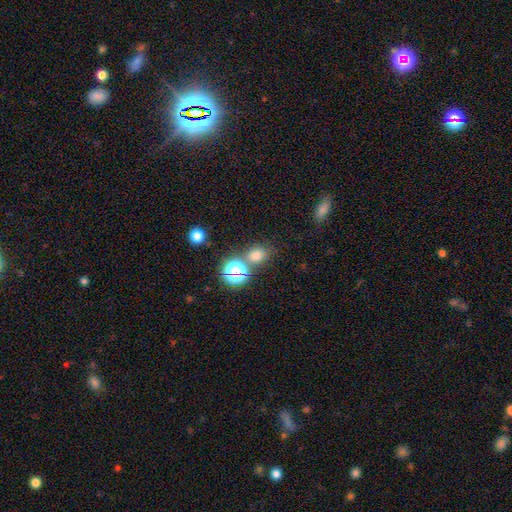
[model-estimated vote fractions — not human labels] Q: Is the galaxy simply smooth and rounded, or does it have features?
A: smooth — 66%.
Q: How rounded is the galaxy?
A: round — 60%.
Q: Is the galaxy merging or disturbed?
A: none — 66%.